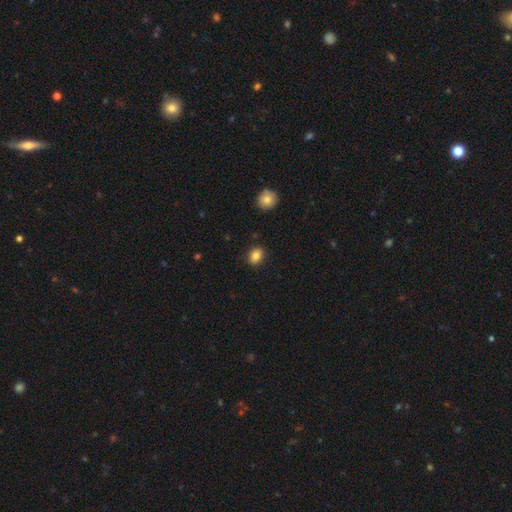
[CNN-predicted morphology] Overall: smooth (85%). How rounded: in between (57%; round 42%). Merging: none (89%).